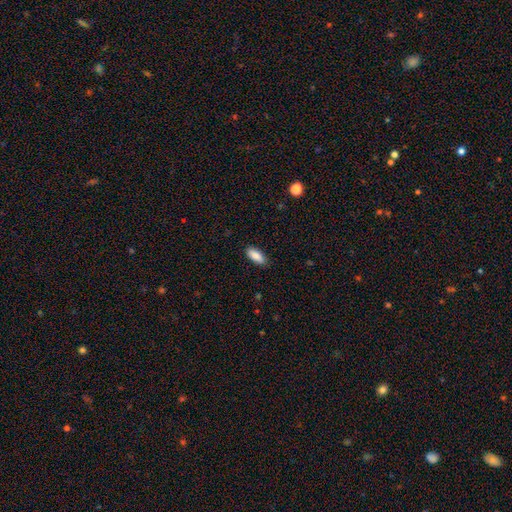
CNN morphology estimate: smooth 87%, star or artifact 6%, featured or disk 6%. Down the decision tree: how rounded — in between (83%); merging — none (88%).